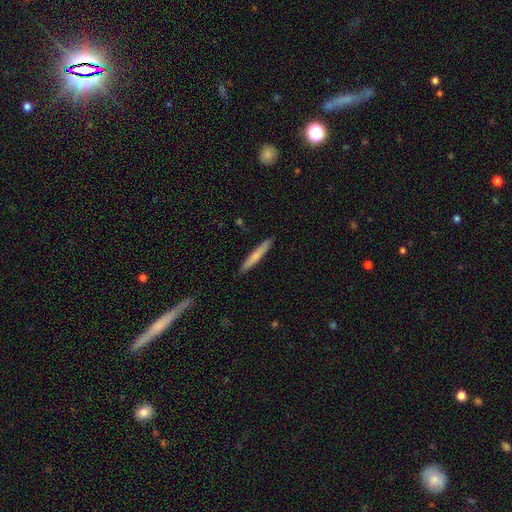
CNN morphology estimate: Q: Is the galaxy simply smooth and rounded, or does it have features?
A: smooth — 68%.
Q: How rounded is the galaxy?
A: cigar-shaped — 95%.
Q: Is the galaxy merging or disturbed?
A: none — 91%.